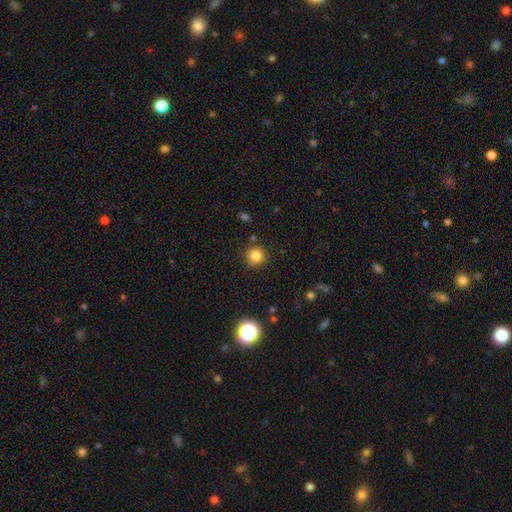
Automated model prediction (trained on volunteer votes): smooth_or_featured: smooth (p=0.82) [alt: star or artifact p=0.12]
how_rounded: round (p=0.93) [alt: in between p=0.06]
merging: none (p=0.87) [alt: minor disturbance p=0.07]